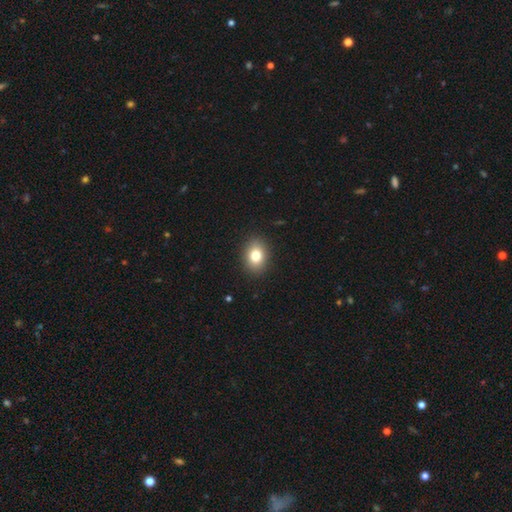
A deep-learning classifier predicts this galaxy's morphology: This is likely a smooth galaxy (79%). How rounded: likely in between (65%). Merging: clearly none (90%).